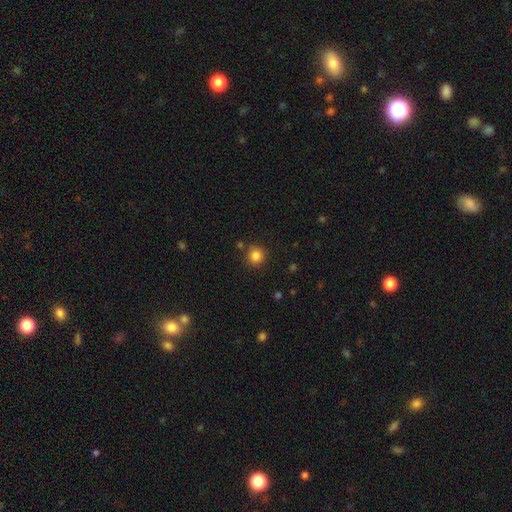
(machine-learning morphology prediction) smooth 84%, star or artifact 12%, featured or disk 5%. Down the decision tree: how rounded — round (93%); merging — none (84%).